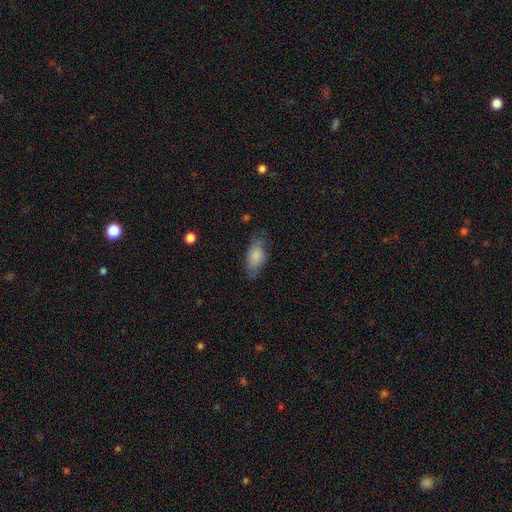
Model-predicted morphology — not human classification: smooth 79%, featured or disk 14%, star or artifact 7%. Down the decision tree: how rounded — in between (91%); merging — none (64%).